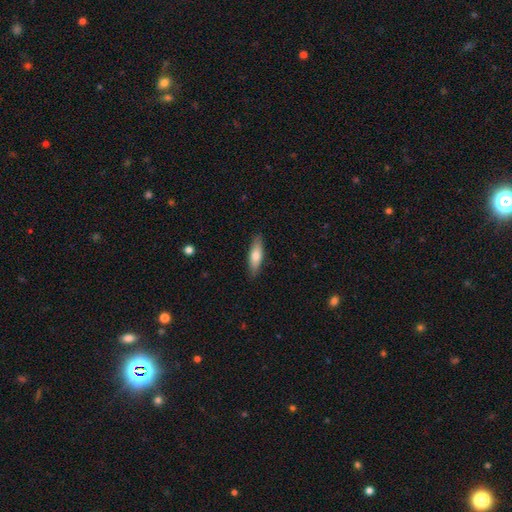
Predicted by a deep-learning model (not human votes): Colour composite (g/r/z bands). It shows a smooth galaxy with no disk features (71%) that is cigar-shaped (57%). Merging: none (88%).